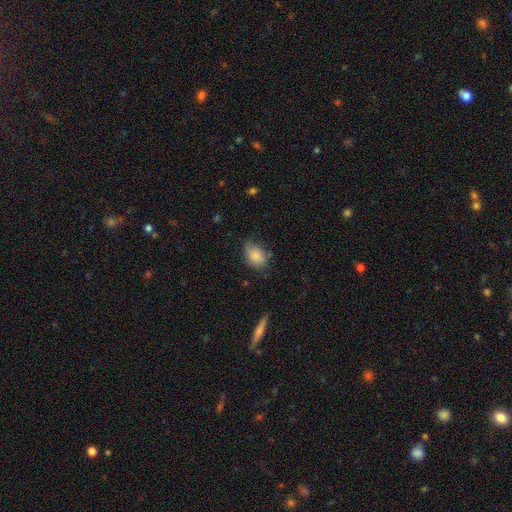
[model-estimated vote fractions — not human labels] Overall: smooth (85%). How rounded: in between (79%). Merging: none (62%; minor disturbance 29%).